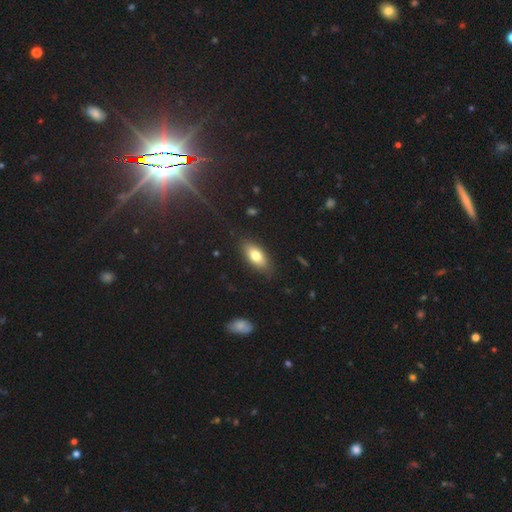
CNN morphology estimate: Smooth or featured? smooth (77%)
How rounded? in between (86%)
Merging? none (84%)